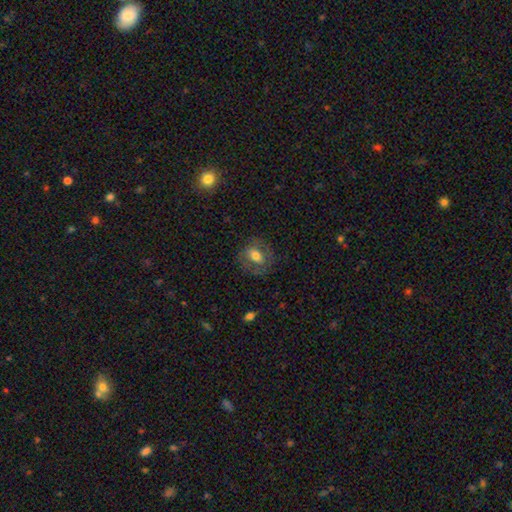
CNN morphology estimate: The model was most divided on "how rounded": in between: 52%, round: 47%, cigar-shaped: 2%. More confident: merging — none (75%); smooth or featured — smooth (60%).